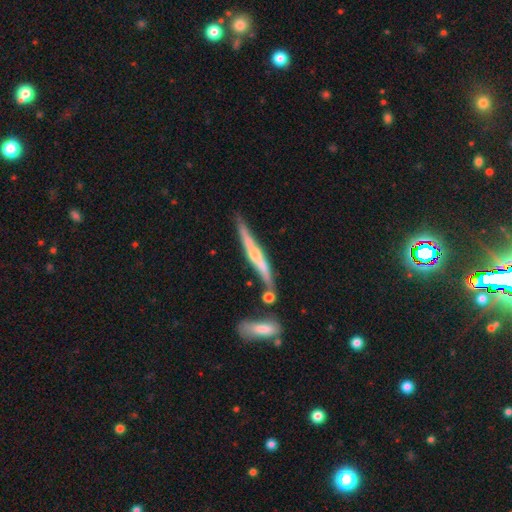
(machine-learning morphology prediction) type=featured or disk (69%); edge-on=yes (95%); edge-on bulge=rounded (68%); merging=none (68%).